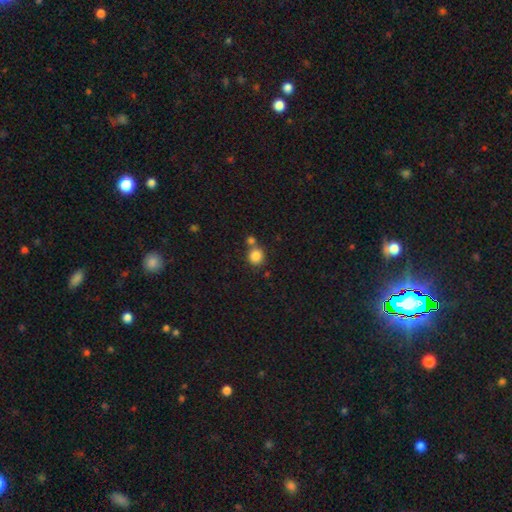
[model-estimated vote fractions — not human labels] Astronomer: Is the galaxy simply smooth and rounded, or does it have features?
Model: smooth — 85%.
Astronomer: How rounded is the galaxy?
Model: round — 87%.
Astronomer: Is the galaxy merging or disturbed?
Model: none — 60%.